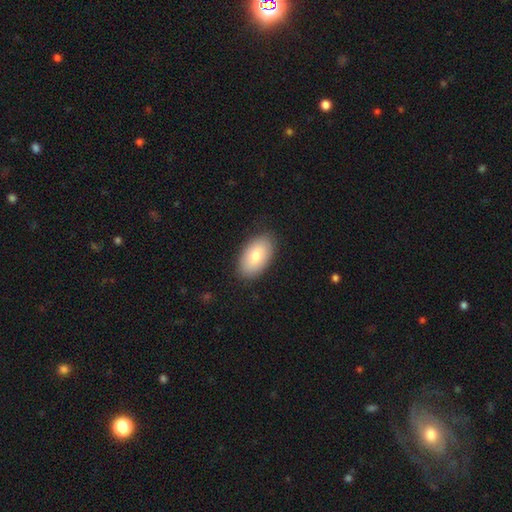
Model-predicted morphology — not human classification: Q: Smooth or featured?
A: smooth (77%); runner-up: featured or disk (17%)
Q: How rounded?
A: in between (94%); runner-up: round (4%)
Q: Merging?
A: none (87%); runner-up: minor disturbance (10%)